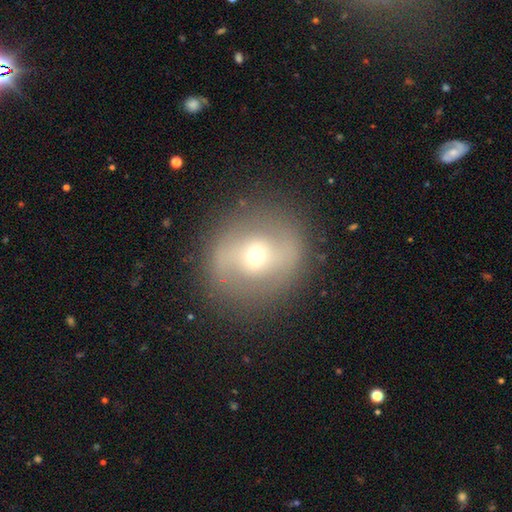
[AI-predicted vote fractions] The model was most divided on "bar": weak: 38%, no: 32%, strong: 30%. More confident: edge-on disk — no (94%); merging — none (84%); smooth or featured — featured or disk (60%); spiral arms — yes (53%); bulge size — moderate (51%).